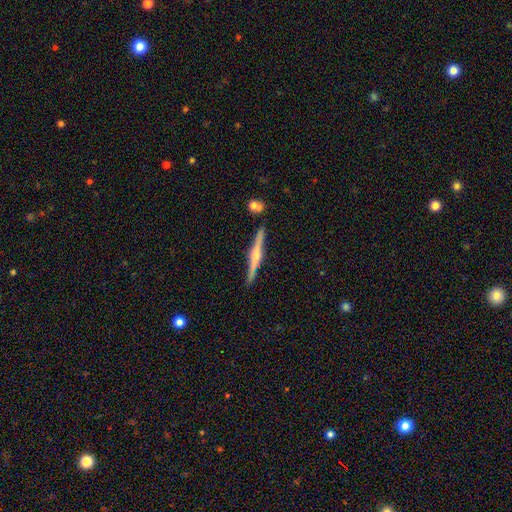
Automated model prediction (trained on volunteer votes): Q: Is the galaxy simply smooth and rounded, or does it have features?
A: featured or disk — 77%.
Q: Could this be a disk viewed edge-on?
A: yes — 98%.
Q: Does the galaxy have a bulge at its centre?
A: rounded — 80%.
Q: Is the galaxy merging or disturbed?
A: none — 86%.